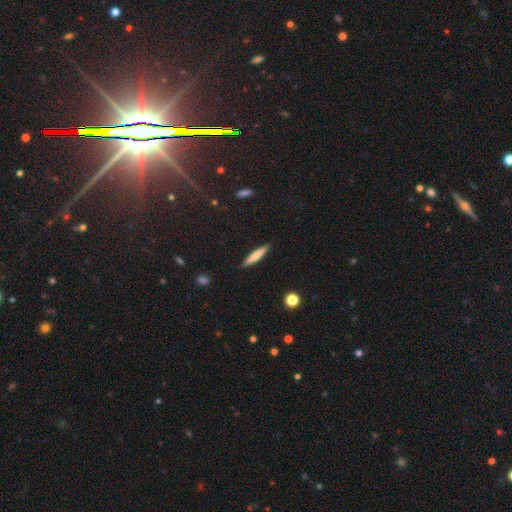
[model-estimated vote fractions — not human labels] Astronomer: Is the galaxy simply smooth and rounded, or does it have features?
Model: smooth — 64%.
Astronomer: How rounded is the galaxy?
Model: cigar-shaped — 89%.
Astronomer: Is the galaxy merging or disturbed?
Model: none — 90%.